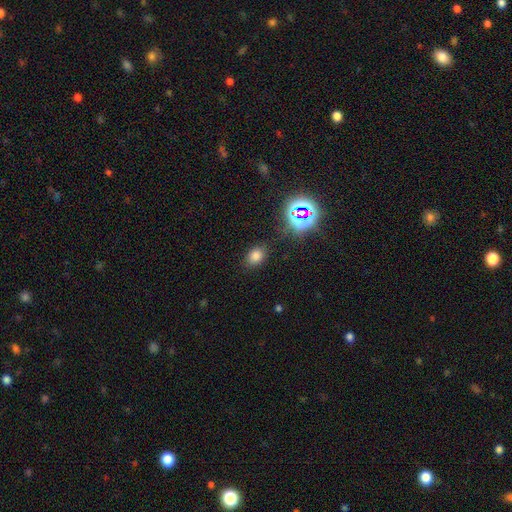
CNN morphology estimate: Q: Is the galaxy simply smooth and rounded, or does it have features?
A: smooth — 73%.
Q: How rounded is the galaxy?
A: in between — 66%.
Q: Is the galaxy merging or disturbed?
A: none — 82%.